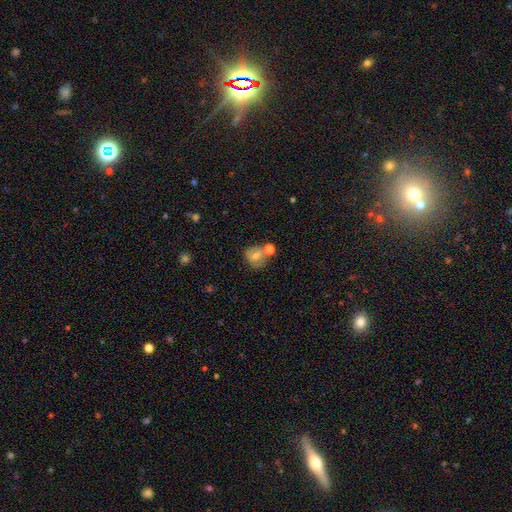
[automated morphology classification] Smooth or featured: smooth — 68% (featured or disk — 21%)
How rounded: round — 74% (in between — 25%)
Merging: none — 53% (merger — 24%)